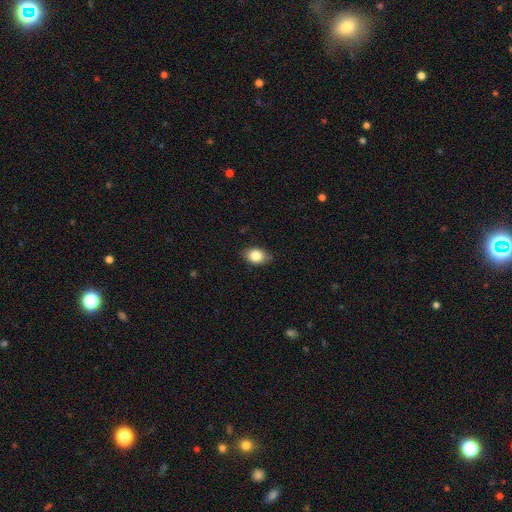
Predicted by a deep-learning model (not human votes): smooth_or_featured: smooth (p=0.83) [alt: featured or disk p=0.09]
how_rounded: in between (p=0.78) [alt: round p=0.20]
merging: none (p=0.81) [alt: minor disturbance p=0.15]